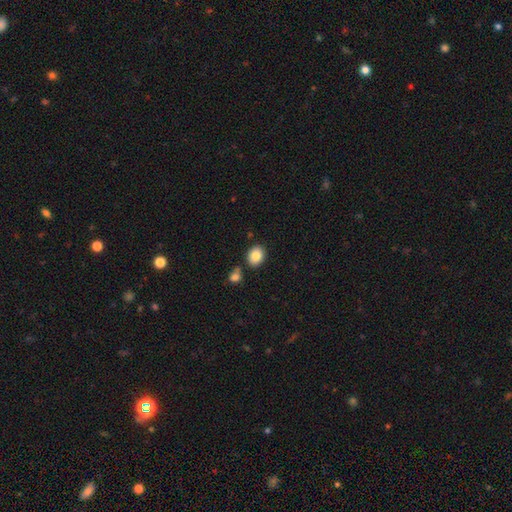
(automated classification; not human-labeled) This is clearly a smooth galaxy (86%). How rounded: possibly in between (59%). Merging: likely none (78%).